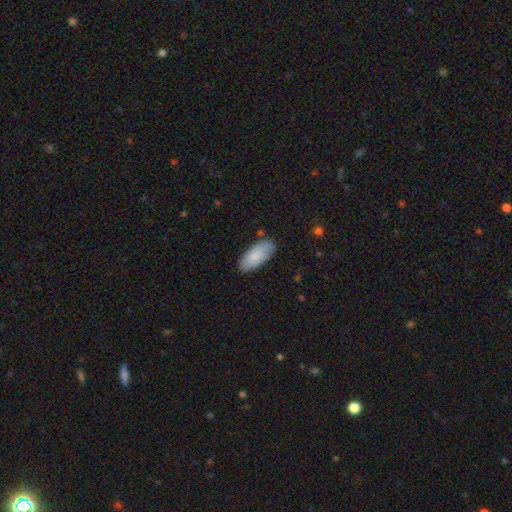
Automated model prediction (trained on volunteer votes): smooth 85%, featured or disk 10%, star or artifact 5%. Down the decision tree: how rounded — in between (86%); merging — none (83%).